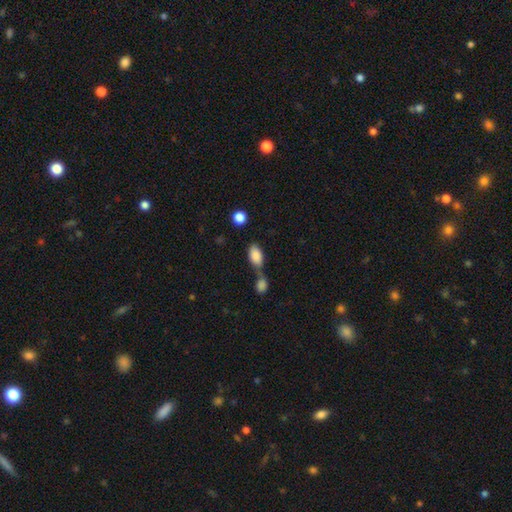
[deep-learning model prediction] A smooth galaxy with no disk features (86%) that is in between round and cigar-shaped (90%).

Vote fractions:
- Smooth or featured? smooth: 86% / star or artifact: 7% / featured or disk: 7%
- How rounded? in between: 90% / round: 7% / cigar-shaped: 3%
- Merging? merger: 52% / none: 30% / minor disturbance: 12% / major disturbance: 6%